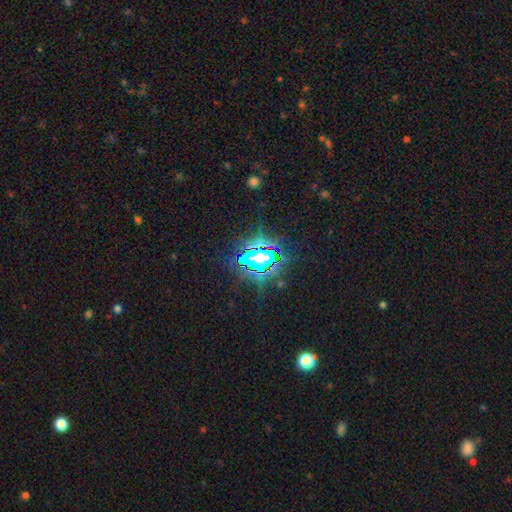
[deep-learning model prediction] This is clearly a star or artifact rather than a galaxy (81%).